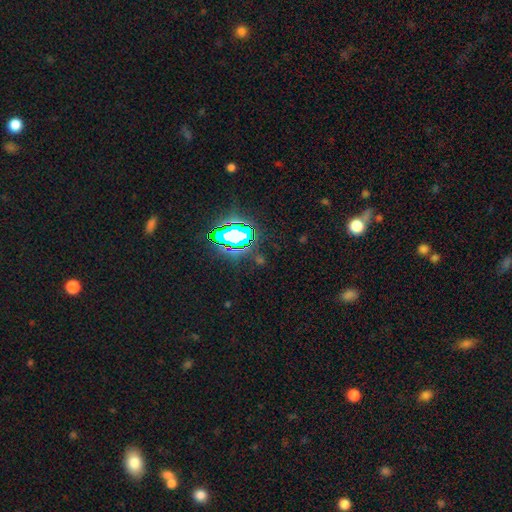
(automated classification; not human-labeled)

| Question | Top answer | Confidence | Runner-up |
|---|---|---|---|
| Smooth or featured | star or artifact | 76% | smooth (16%) |